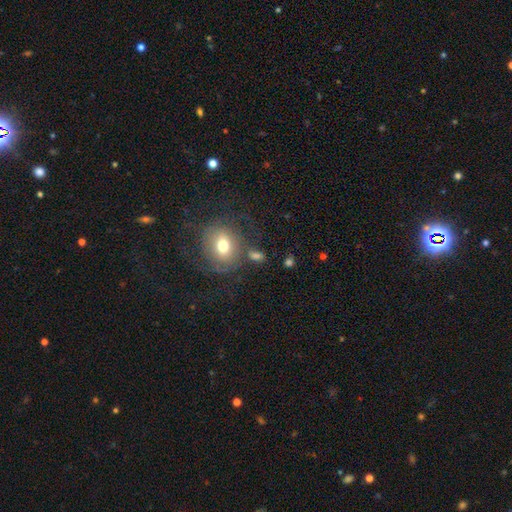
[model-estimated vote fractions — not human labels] smooth 67%, featured or disk 18%, star or artifact 15%. Down the decision tree: how rounded — in between (56%); merging — none (63%).